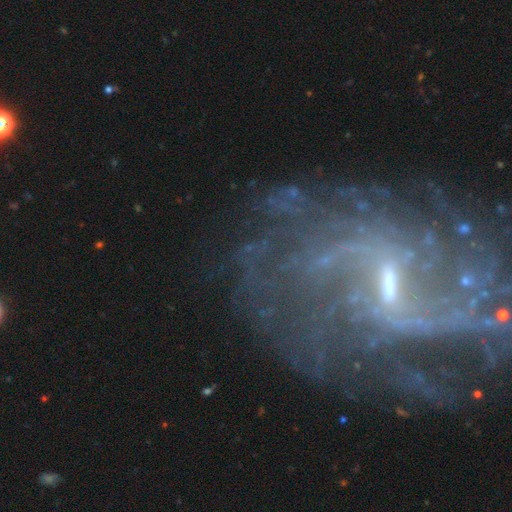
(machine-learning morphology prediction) The model was most divided on "bar": weak: 41%, strong: 37%, no: 22%. Remaining: edge-on disk — no (95%); spiral arms — yes (83%); smooth or featured — featured or disk (77%); merging — none (59%); bulge size — small (52%); spiral arm count — can't tell (44%); spiral winding — tight (42%).